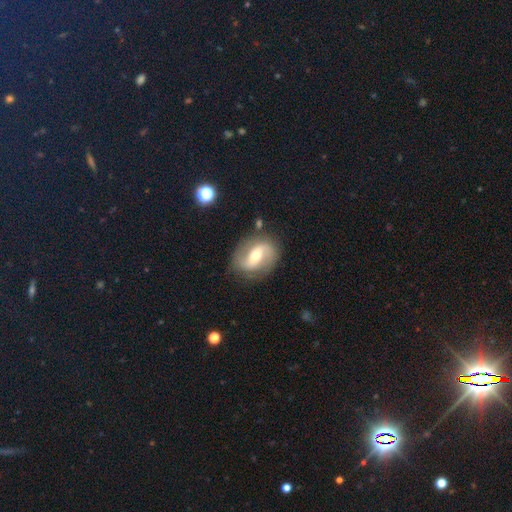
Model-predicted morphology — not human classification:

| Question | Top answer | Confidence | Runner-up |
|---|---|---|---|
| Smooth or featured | featured or disk | 76% | smooth (18%) |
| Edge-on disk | no | 96% | yes (4%) |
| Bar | weak | 40% | strong (33%) |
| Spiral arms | yes | 87% | no (13%) |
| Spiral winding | medium | 42% | loose (40%) |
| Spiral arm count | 2 | 89% | can't tell (5%) |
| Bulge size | moderate | 68% | small (24%) |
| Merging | none | 81% | minor disturbance (12%) |